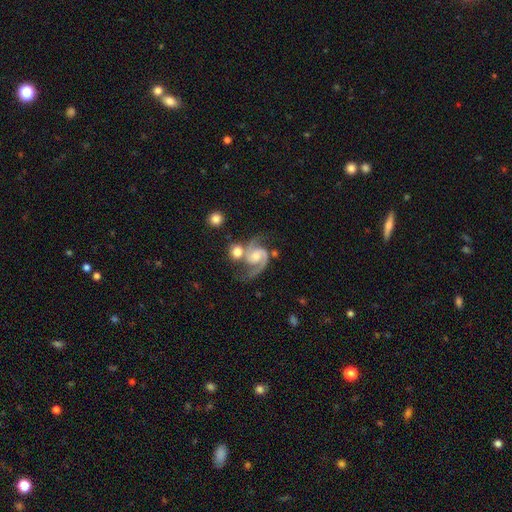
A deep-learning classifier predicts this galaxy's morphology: Smooth or featured?
  - featured or disk: 91% *
  - star or artifact: 5%
  - smooth: 4%
Edge-on disk?
  - no: 98% *
  - yes: 2%
Bar?
  - no: 53% *
  - weak: 36%
  - strong: 10%
Spiral arms?
  - yes: 98% *
  - no: 2%
Spiral winding?
  - medium: 61% *
  - tight: 24%
  - loose: 15%
Spiral arm count?
  - 2: 92% *
  - 1: 3%
  - can't tell: 2%
  - 3: 2%
  - 4: 1%
  - more than 4: 1%
Bulge size?
  - moderate: 53% *
  - small: 36%
  - large: 5%
  - none: 4%
  - dominant: 1%
Merging?
  - none: 51% *
  - merger: 25%
  - minor disturbance: 14%
  - major disturbance: 9%